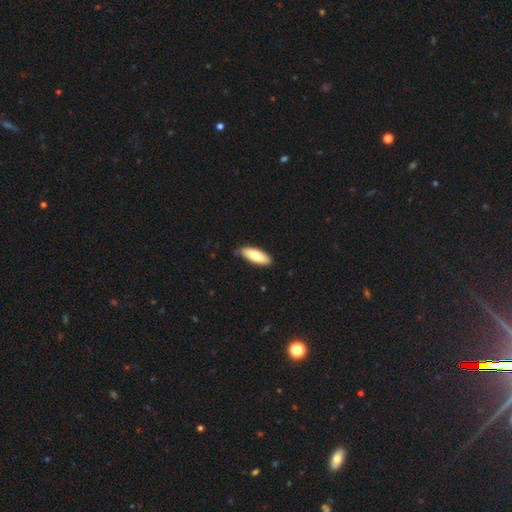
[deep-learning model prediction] smooth-or-featured: smooth: 76% | featured or disk: 18% | star or artifact: 5%
  how-rounded: in between: 68% | cigar-shaped: 30% | round: 2%
  merging: none: 79% | minor disturbance: 17% | major disturbance: 2% | merger: 1%